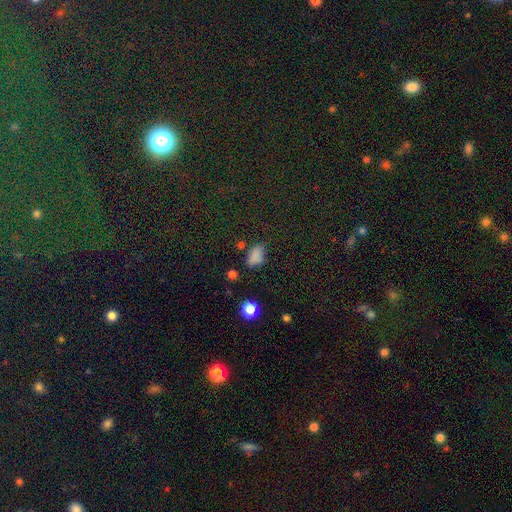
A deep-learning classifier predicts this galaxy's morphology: Smooth or featured?
  - smooth: 75% *
  - star or artifact: 19%
  - featured or disk: 6%
How rounded?
  - in between: 85% *
  - round: 12%
  - cigar-shaped: 3%
Merging?
  - none: 60% *
  - minor disturbance: 26%
  - major disturbance: 9%
  - merger: 5%